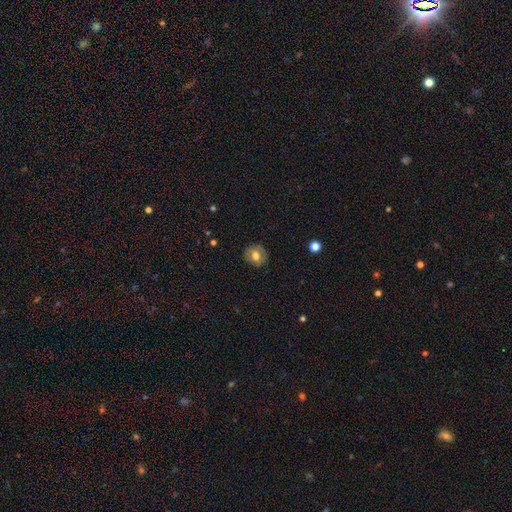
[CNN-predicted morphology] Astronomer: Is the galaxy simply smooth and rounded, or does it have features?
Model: smooth — 66%.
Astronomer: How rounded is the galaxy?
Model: round — 86%.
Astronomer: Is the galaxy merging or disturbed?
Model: none — 85%.